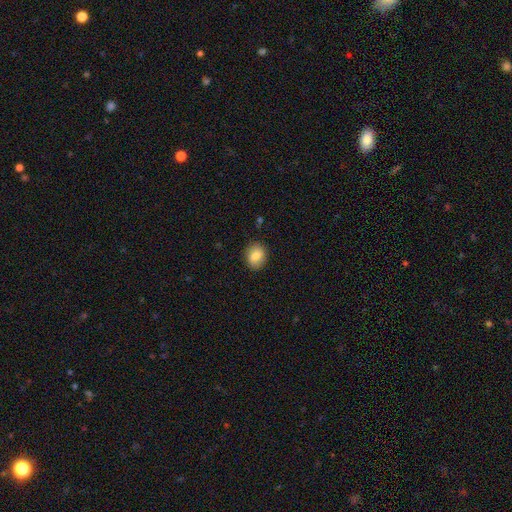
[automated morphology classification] Smooth or featured? Predicted: smooth (p=0.82). How rounded? Predicted: round (p=0.55). Merging? Predicted: none (p=0.87).